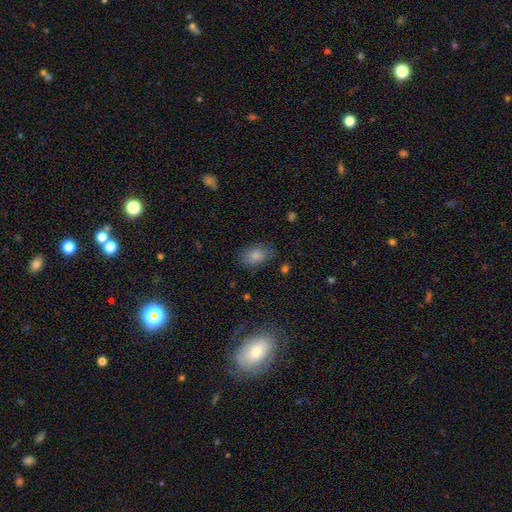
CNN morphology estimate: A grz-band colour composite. It shows a smooth galaxy with no disk features (83%) that is in between round and cigar-shaped (81%). Merging: none (76%).